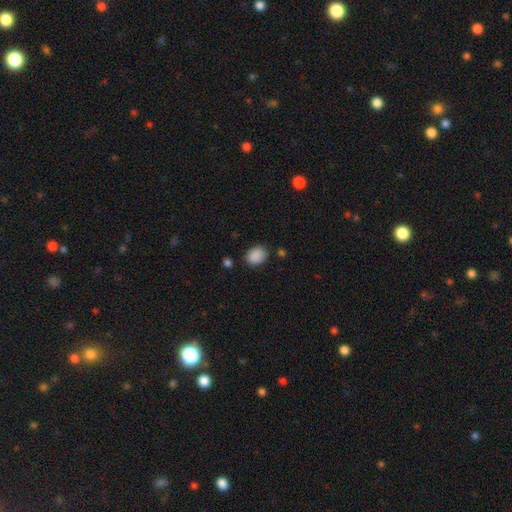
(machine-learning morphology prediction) Smooth or featured? smooth (88%)
How rounded? in between (59%)
Merging? none (80%)